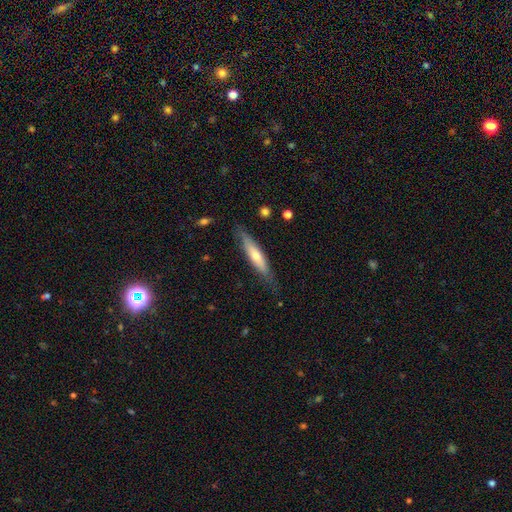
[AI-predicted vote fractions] A smooth galaxy with no disk features (52%) that is cigar-shaped (84%). Merging: none (78%).